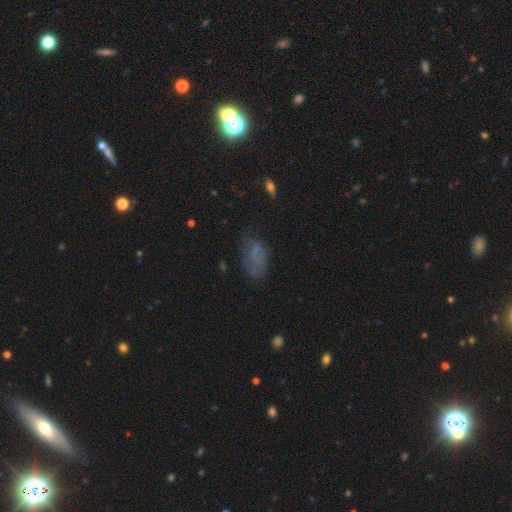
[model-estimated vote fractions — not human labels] A smooth galaxy with no disk features (59%) that is in between round and cigar-shaped (89%).

Vote fractions:
- Smooth or featured? smooth: 59% / featured or disk: 23% / star or artifact: 18%
- How rounded? in between: 89% / round: 8% / cigar-shaped: 3%
- Merging? none: 53% / minor disturbance: 26% / major disturbance: 18% / merger: 2%